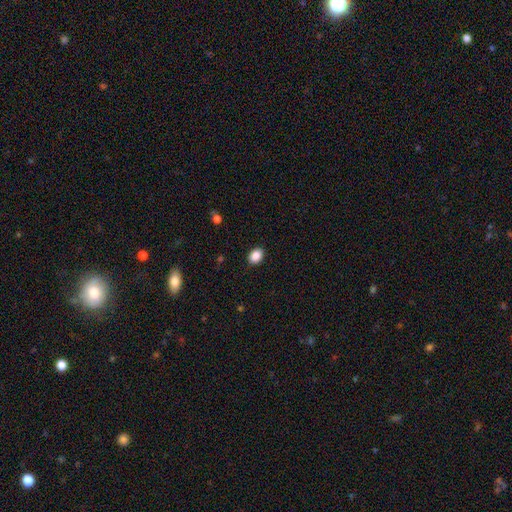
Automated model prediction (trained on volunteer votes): Smooth or featured?
  - smooth: 88% *
  - star or artifact: 9%
  - featured or disk: 3%
How rounded?
  - in between: 67% *
  - round: 32%
  - cigar-shaped: 1%
Merging?
  - none: 89% *
  - minor disturbance: 8%
  - major disturbance: 2%
  - merger: 1%